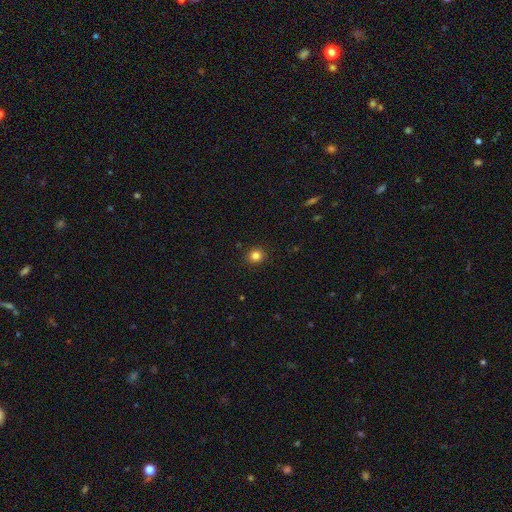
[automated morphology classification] A smooth galaxy with no disk features (83%) that is round (87%).

Vote fractions:
- Smooth or featured? smooth: 83% / star or artifact: 12% / featured or disk: 5%
- How rounded? round: 87% / in between: 12% / cigar-shaped: 1%
- Merging? none: 91% / minor disturbance: 6% / major disturbance: 2% / merger: 1%